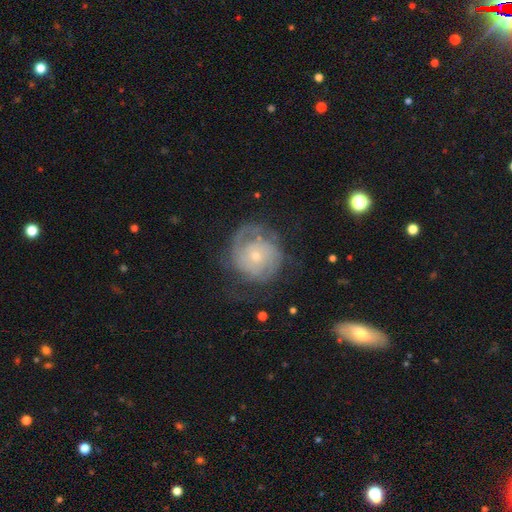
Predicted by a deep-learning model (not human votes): A featured or disk galaxy (76%) with no bar (78%), 2 (38%) tight (60%) spiral arms (90%) and a small central bulge (71%).

Vote fractions:
- Smooth or featured? featured or disk: 76% / smooth: 17% / star or artifact: 7%
- Edge-on disk? no: 98% / yes: 2%
- Bar? no: 78% / weak: 19% / strong: 3%
- Spiral arms? yes: 90% / no: 10%
- Spiral winding? tight: 60% / medium: 28% / loose: 11%
- Spiral arm count? 2: 38% / can't tell: 33% / 3: 11% / 1: 9% / 4: 4% / more than 4: 4%
- Bulge size? small: 71% / moderate: 24% / large: 2% / none: 2% / dominant: 1%
- Merging? none: 61% / minor disturbance: 20% / major disturbance: 17% / merger: 2%